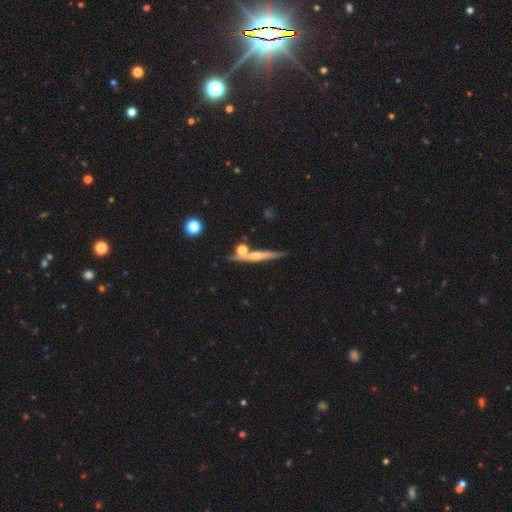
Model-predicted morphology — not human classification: Q: Smooth or featured?
A: featured or disk (58%); runner-up: smooth (33%)
Q: Edge-on disk?
A: yes (94%); runner-up: no (6%)
Q: Edge-on bulge?
A: rounded (57%); runner-up: none (33%)
Q: Merging?
A: none (74%); runner-up: merger (12%)